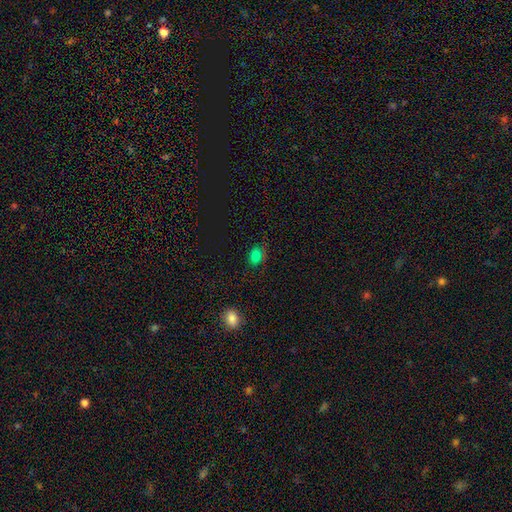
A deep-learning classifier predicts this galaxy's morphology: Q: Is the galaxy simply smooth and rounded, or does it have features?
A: smooth — 71%.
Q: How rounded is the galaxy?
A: in between — 72%.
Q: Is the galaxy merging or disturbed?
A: none — 69%.